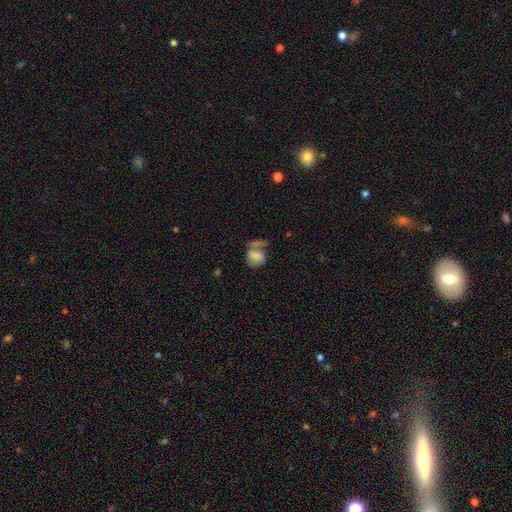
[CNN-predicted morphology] Q: Smooth or featured?
A: smooth (61%); runner-up: featured or disk (30%)
Q: How rounded?
A: in between (51%); runner-up: round (47%)
Q: Merging?
A: none (34%); runner-up: merger (24%)